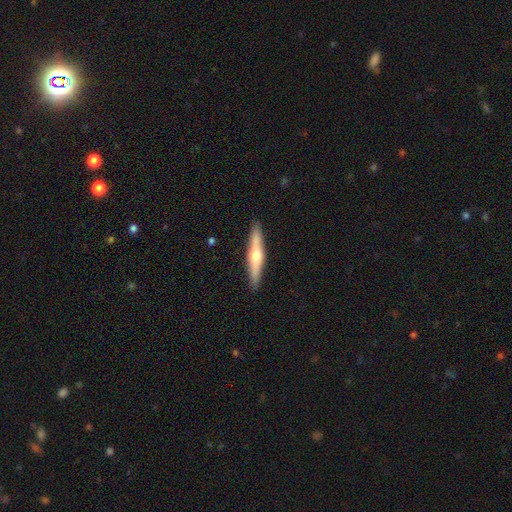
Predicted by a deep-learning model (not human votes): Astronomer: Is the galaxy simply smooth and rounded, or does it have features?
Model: featured or disk — 58% (runner-up: smooth, 36%).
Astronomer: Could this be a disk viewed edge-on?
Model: yes — 95%.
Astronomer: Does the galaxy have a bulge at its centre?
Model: rounded — 91%.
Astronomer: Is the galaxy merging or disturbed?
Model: none — 90%.